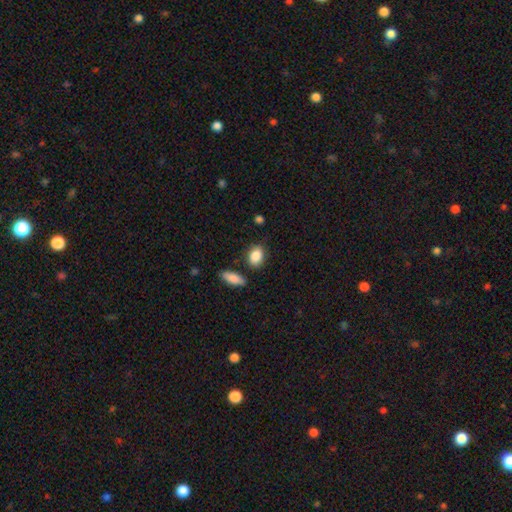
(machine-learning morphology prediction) This is clearly a smooth galaxy (87%). How rounded: likely in between (75%). Merging: likely none (74%).